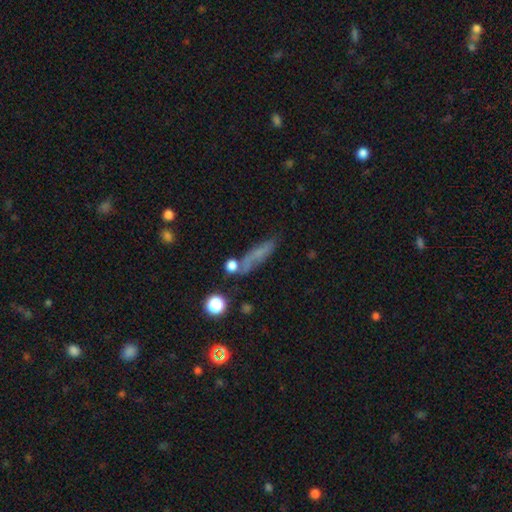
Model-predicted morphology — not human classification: Smooth or featured? Predicted: smooth (p=0.55). How rounded? Predicted: cigar-shaped (p=0.68). Merging? Predicted: none (p=0.60).